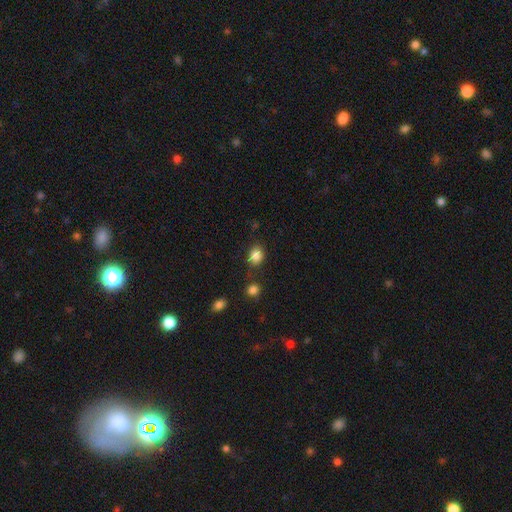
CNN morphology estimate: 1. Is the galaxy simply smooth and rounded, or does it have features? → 85% smooth, 10% star or artifact, 5% featured or disk.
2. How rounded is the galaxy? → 50% round, 49% in between, 1% cigar-shaped.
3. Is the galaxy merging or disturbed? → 76% none, 15% minor disturbance, 5% merger, 4% major disturbance.